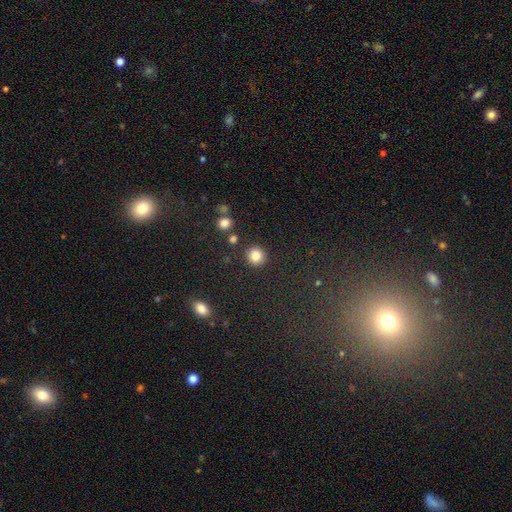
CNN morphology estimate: The model was most divided on "smooth or featured": smooth: 83%, star or artifact: 11%, featured or disk: 6%. More confident: how rounded — round (93%); merging — none (89%).